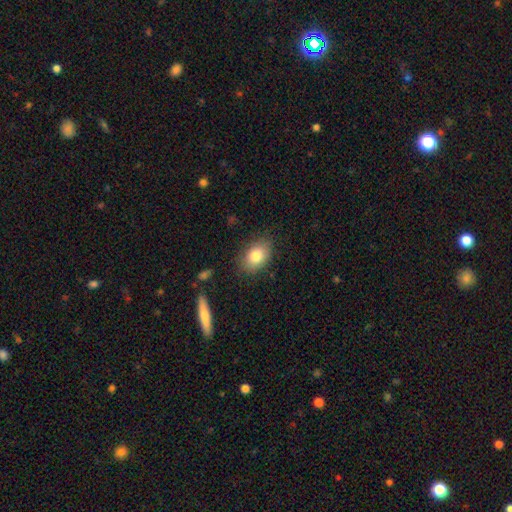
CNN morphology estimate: smooth-or-featured: smooth: 82% | featured or disk: 10% | star or artifact: 8%
  how-rounded: in between: 83% | round: 16% | cigar-shaped: 1%
  merging: none: 83% | minor disturbance: 13% | major disturbance: 3% | merger: 1%